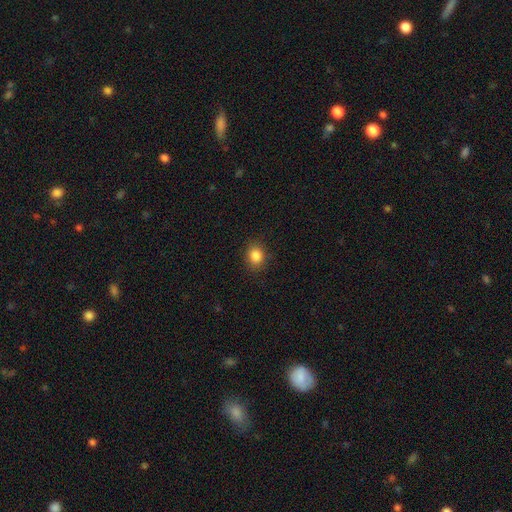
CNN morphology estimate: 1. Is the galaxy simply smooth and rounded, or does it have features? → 85% smooth, 11% star or artifact, 4% featured or disk.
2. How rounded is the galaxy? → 59% round, 40% in between, 1% cigar-shaped.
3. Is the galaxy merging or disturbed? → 87% none, 10% minor disturbance, 3% major disturbance, 1% merger.